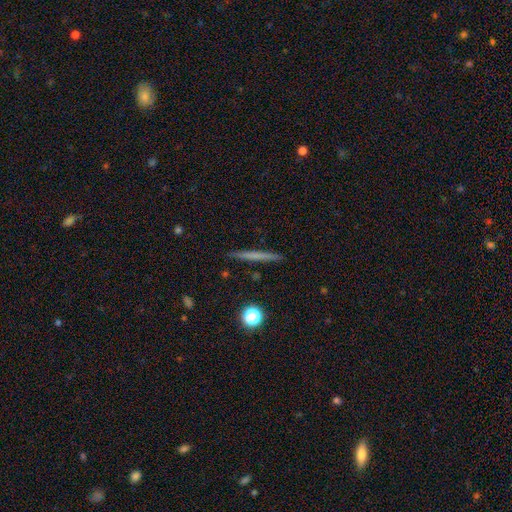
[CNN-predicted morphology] The model was most divided on "smooth or featured": smooth: 56%, featured or disk: 37%, star or artifact: 7%. More confident: how rounded — cigar-shaped (95%); merging — none (92%).